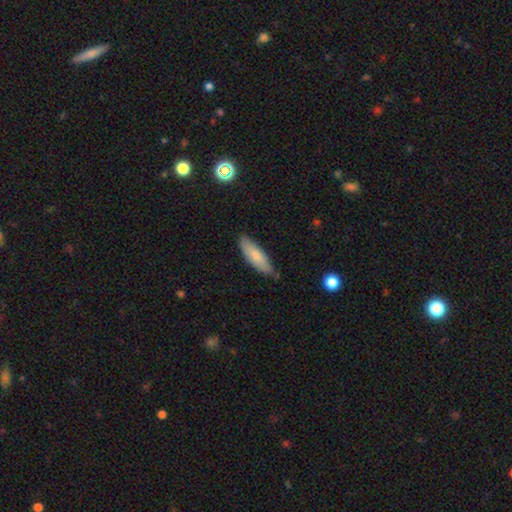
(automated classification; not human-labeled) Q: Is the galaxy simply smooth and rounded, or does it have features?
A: smooth — 77%.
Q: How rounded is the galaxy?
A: in between — 51%.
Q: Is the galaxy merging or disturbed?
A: none — 72%.